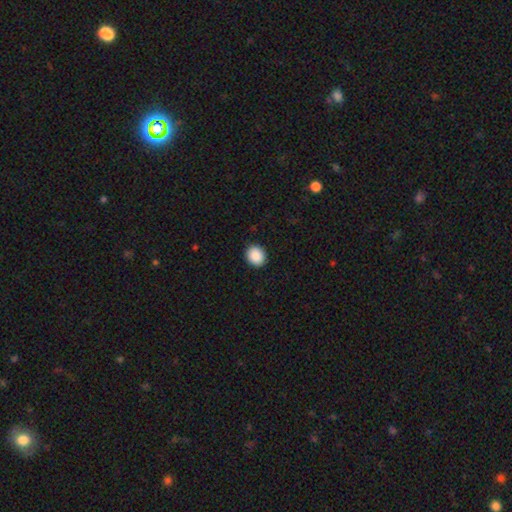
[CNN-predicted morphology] Smooth or featured: smooth — 90% (star or artifact — 8%)
How rounded: round — 66% (in between — 33%)
Merging: none — 91% (minor disturbance — 6%)